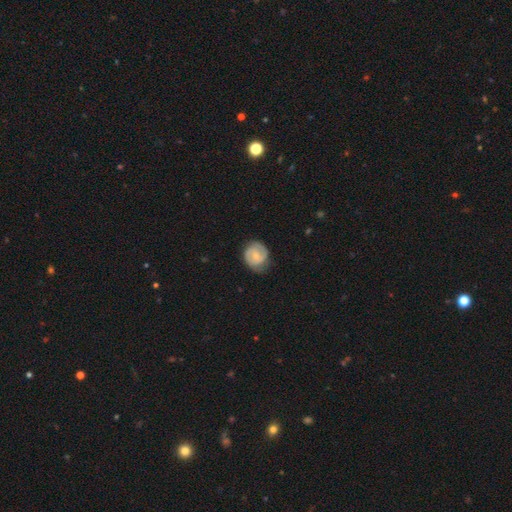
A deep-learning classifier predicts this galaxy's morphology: Smooth or featured: featured or disk — 48% (smooth — 46%)
Merging: none — 65% (minor disturbance — 26%)